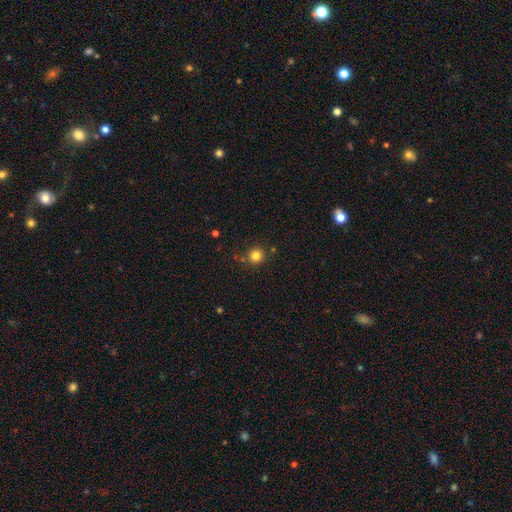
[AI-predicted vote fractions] This appears to be a smooth galaxy with no disk features (82%) that is round (94%). Merging: none (83%).